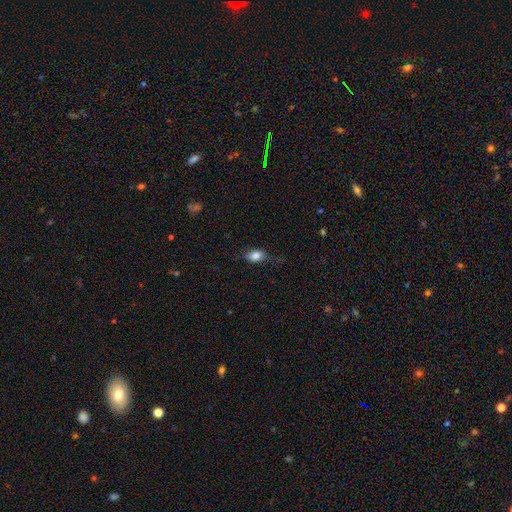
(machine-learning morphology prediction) smooth 80%, featured or disk 12%, star or artifact 9%. Down the decision tree: how rounded — in between (77%); merging — none (62%).